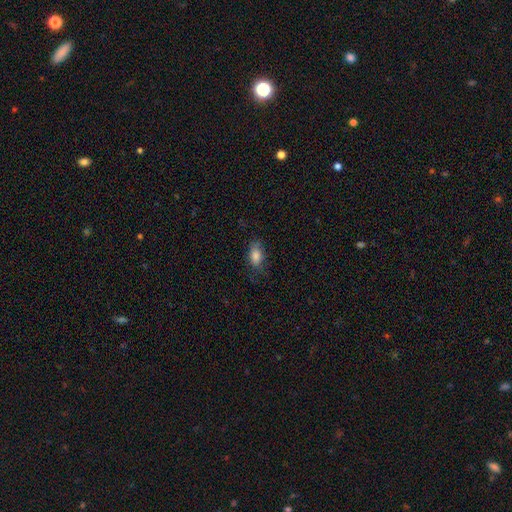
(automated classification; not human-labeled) A smooth galaxy with no disk features (82%) that is in between round and cigar-shaped (87%). Merging: none (68%).